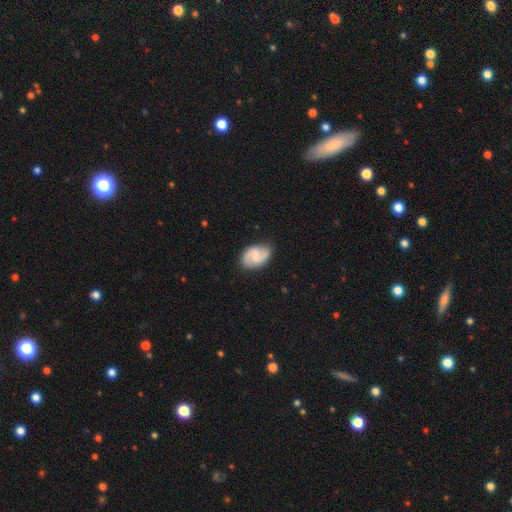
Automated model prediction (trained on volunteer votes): smooth-or-featured: featured or disk: 73% | smooth: 22% | star or artifact: 5%
  disk-edge-on: no: 98% | yes: 2%
    bar: weak: 57% | no: 28% | strong: 15%
    has-spiral-arms: yes: 94% | no: 6%
      spiral-winding: medium: 49% | loose: 31% | tight: 19%
      spiral-arm-count: 2: 91% | can't tell: 5% | 1: 2% | 3: 1% | 4: 1% | more than 4: 1%
    bulge-size: small: 47% | moderate: 26% | none: 23% | large: 2% | dominant: 1%
  merging: none: 80% | minor disturbance: 15% | major disturbance: 3% | merger: 1%